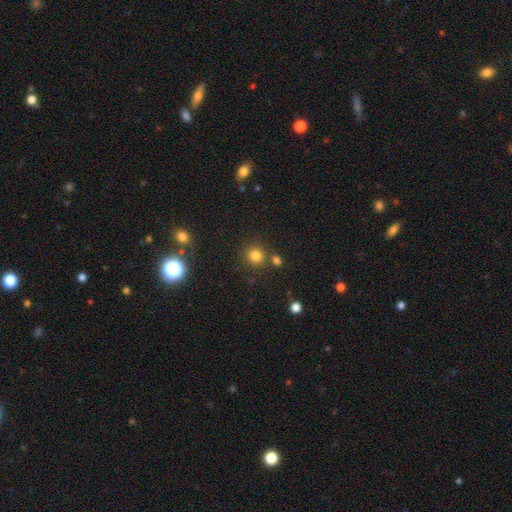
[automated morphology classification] This appears to be a smooth galaxy with no disk features (80%) that is round (91%). Merging: none (76%).